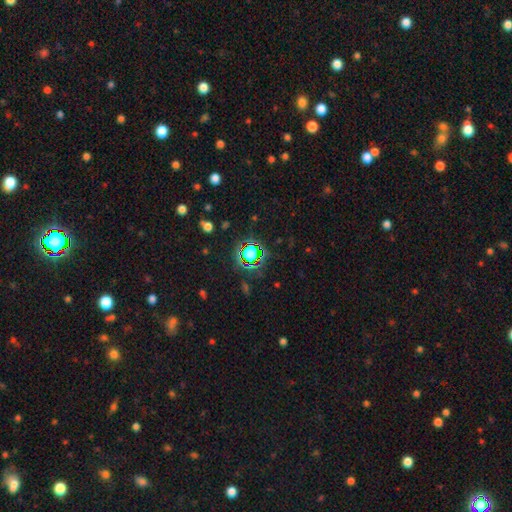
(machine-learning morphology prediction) Smooth or featured? star or artifact (75%)